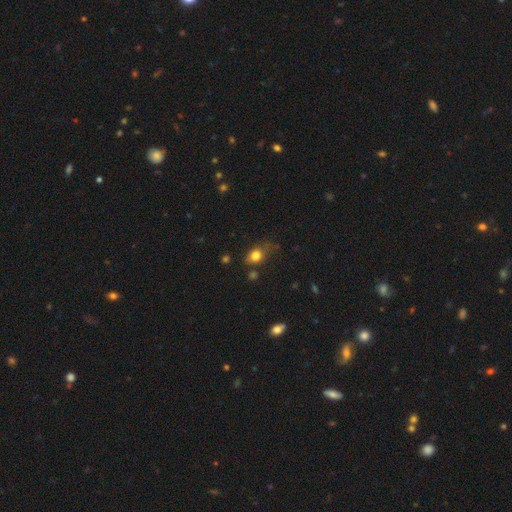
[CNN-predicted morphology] Smooth or featured? smooth (80%)
How rounded? in between (56%)
Merging? none (58%)